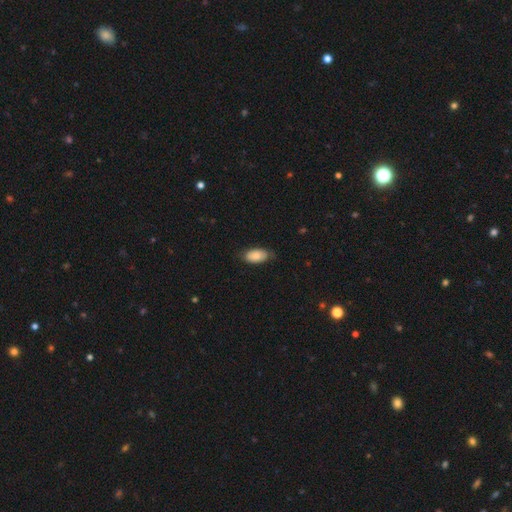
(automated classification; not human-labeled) smooth_or_featured: smooth (p=0.82) [alt: featured or disk p=0.12]
how_rounded: in between (p=0.93) [alt: cigar-shaped p=0.04]
merging: none (p=0.70) [alt: minor disturbance p=0.25]